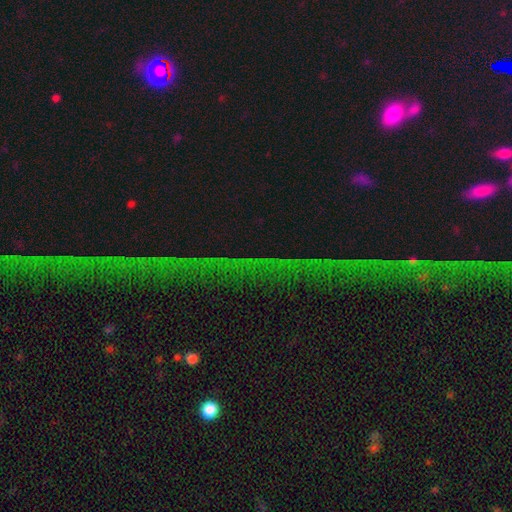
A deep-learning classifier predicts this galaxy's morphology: This is likely a star or artifact rather than a galaxy (77%).